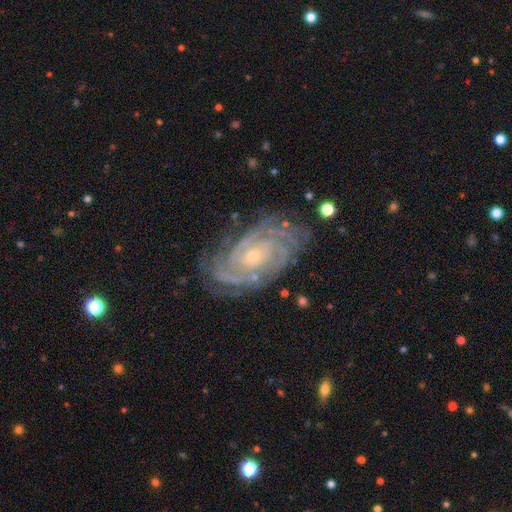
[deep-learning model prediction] This appears to be a featured or disk galaxy (87%) with no bar (64%), 2 (25%) tight (80%) spiral arms (98%) and a small central bulge (65%). Merging: none (80%).